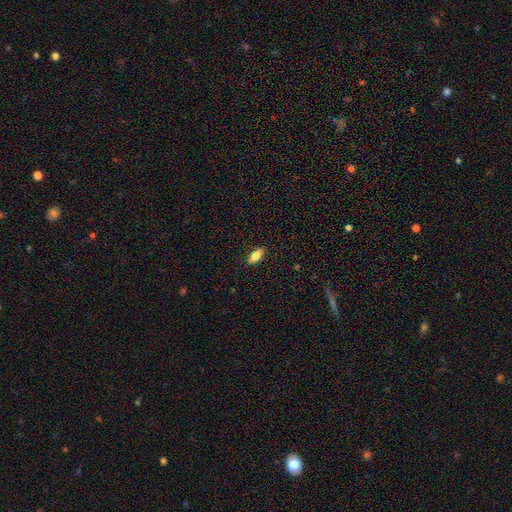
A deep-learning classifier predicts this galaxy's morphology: This appears to be a smooth galaxy with no disk features (71%) that is in between round and cigar-shaped (81%). Merging: none (89%).